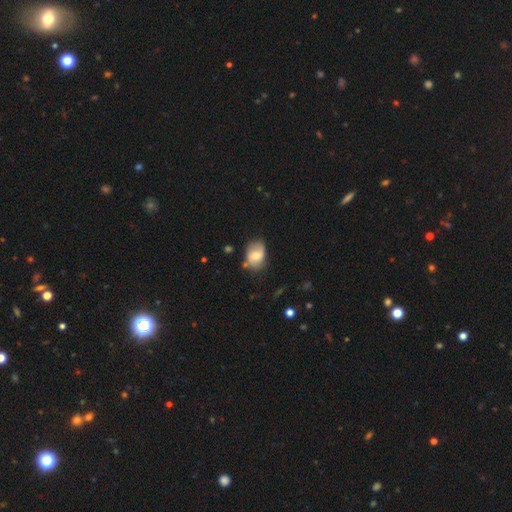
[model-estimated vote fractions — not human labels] Smooth or featured? smooth (53%)
How rounded? in between (71%)
Merging? none (62%)